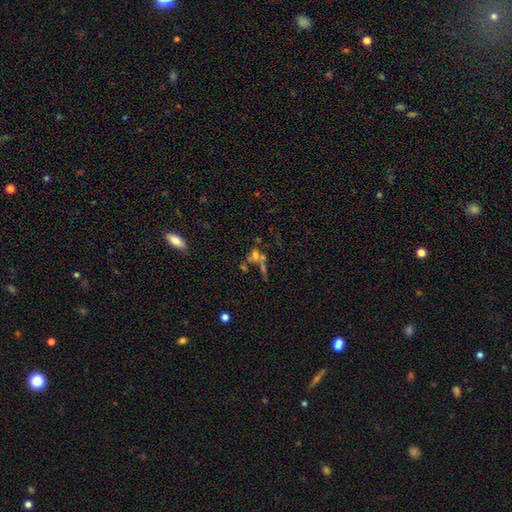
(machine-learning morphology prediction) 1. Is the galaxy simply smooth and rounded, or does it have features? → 39% smooth, 31% featured or disk, 30% star or artifact.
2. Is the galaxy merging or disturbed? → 44% merger, 33% none, 13% major disturbance, 9% minor disturbance.